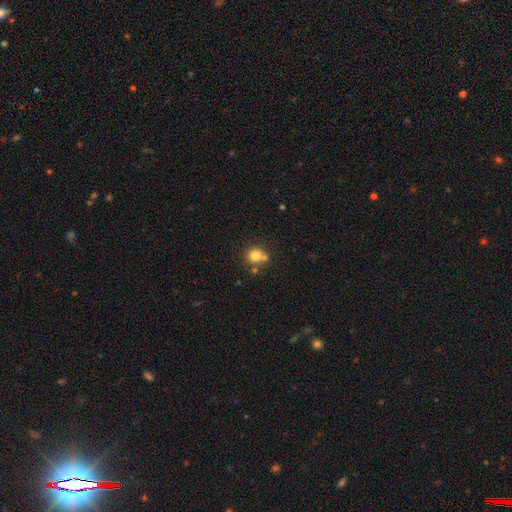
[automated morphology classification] Smooth or featured? smooth (78%)
How rounded? round (87%)
Merging? none (60%)